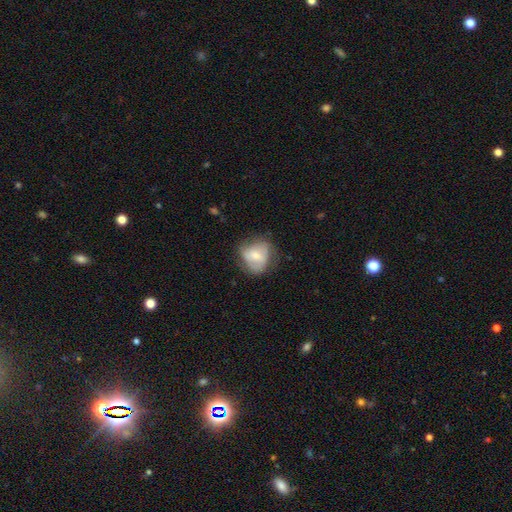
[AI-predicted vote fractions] Smooth or featured?
  - smooth: 54% *
  - featured or disk: 38%
  - star or artifact: 8%
How rounded?
  - round: 55% *
  - in between: 44%
  - cigar-shaped: 1%
Merging?
  - none: 51% *
  - minor disturbance: 30%
  - major disturbance: 16%
  - merger: 2%